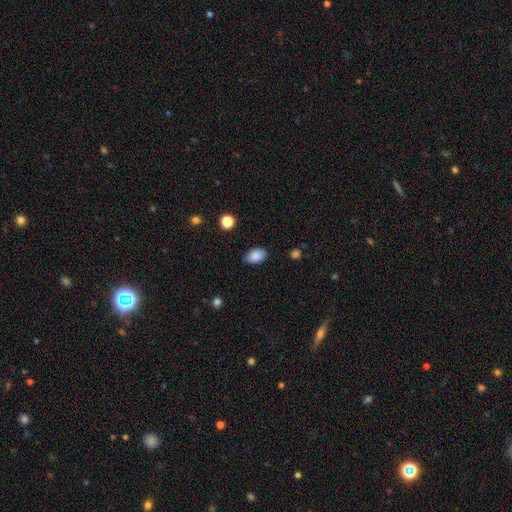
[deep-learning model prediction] smooth-or-featured: smooth: 86% | star or artifact: 8% | featured or disk: 6%
  how-rounded: in between: 91% | round: 8% | cigar-shaped: 1%
  merging: none: 83% | minor disturbance: 13% | major disturbance: 3% | merger: 1%